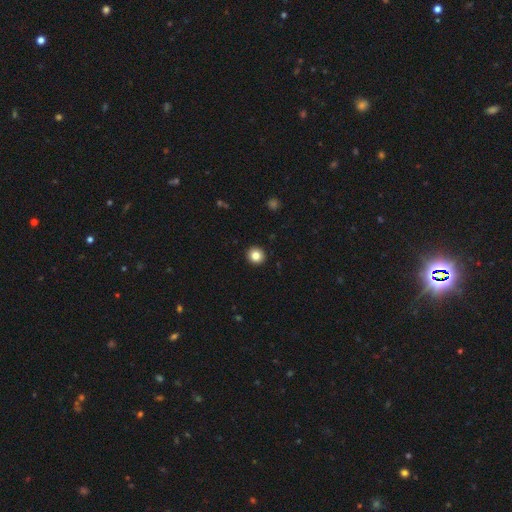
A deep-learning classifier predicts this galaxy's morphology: A smooth galaxy with no disk features (84%) that is round (93%).

Vote fractions:
- Smooth or featured? smooth: 84% / star or artifact: 10% / featured or disk: 6%
- How rounded? round: 93% / in between: 6% / cigar-shaped: 1%
- Merging? none: 93% / minor disturbance: 4% / major disturbance: 1% / merger: 1%